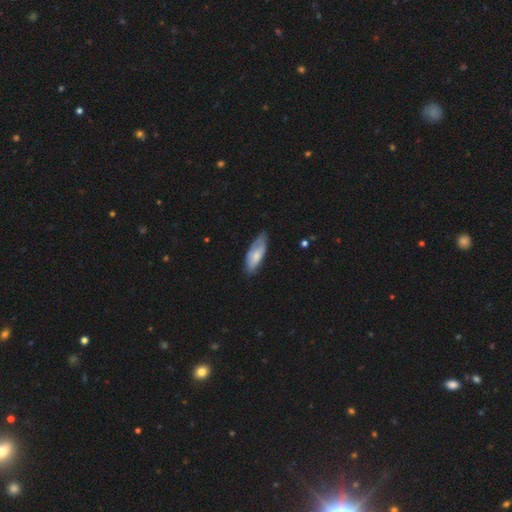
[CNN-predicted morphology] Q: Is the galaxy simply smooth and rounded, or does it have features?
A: smooth — 64%.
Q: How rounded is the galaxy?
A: in between — 73%.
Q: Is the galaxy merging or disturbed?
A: none — 57%.